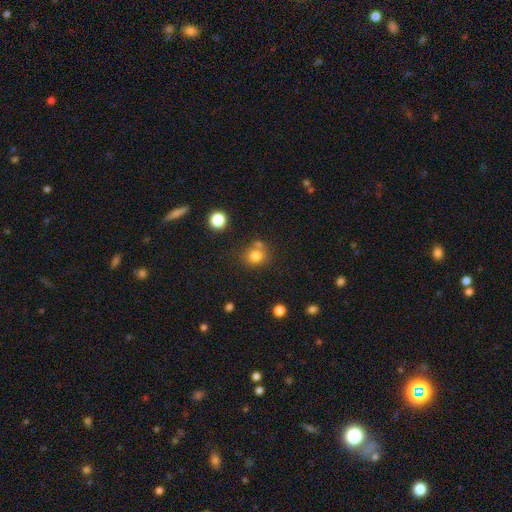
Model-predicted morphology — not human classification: Smooth or featured: smooth — 79% (star or artifact — 13%)
How rounded: round — 83% (in between — 16%)
Merging: none — 64% (merger — 20%)